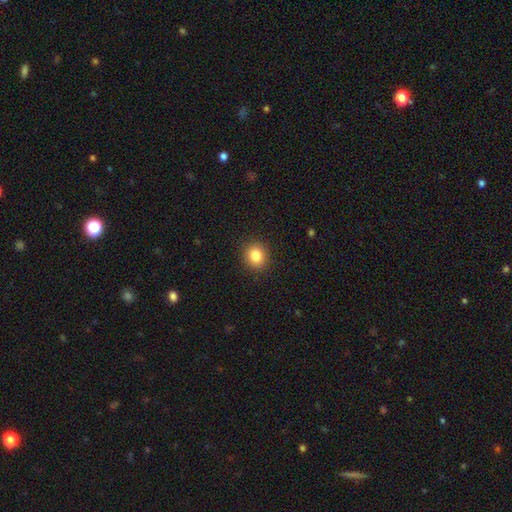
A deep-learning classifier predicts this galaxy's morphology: Smooth or featured? Predicted: smooth (p=0.84). How rounded? Predicted: round (p=0.75). Merging? Predicted: none (p=0.90).